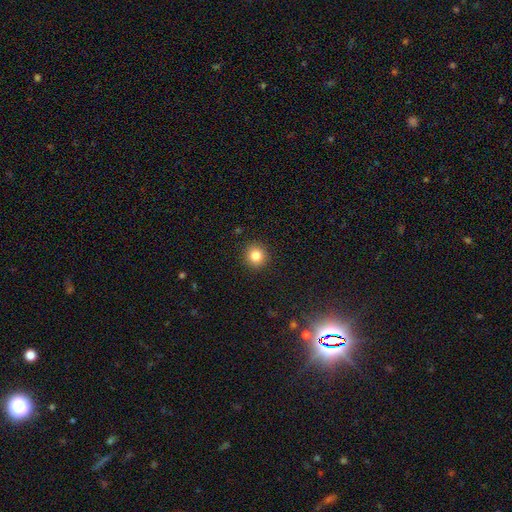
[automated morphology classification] Smooth or featured?
  - smooth: 84% *
  - star or artifact: 11%
  - featured or disk: 6%
How rounded?
  - round: 93% *
  - in between: 6%
  - cigar-shaped: 1%
Merging?
  - none: 92% *
  - minor disturbance: 5%
  - major disturbance: 2%
  - merger: 1%